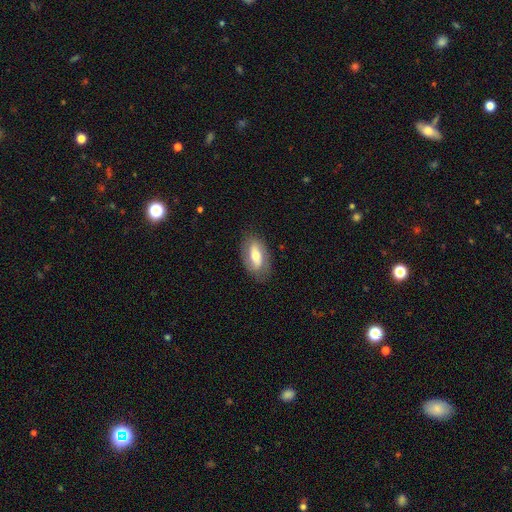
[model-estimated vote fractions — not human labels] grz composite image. It shows a smooth galaxy with no disk features (48%). Merging: none (80%).